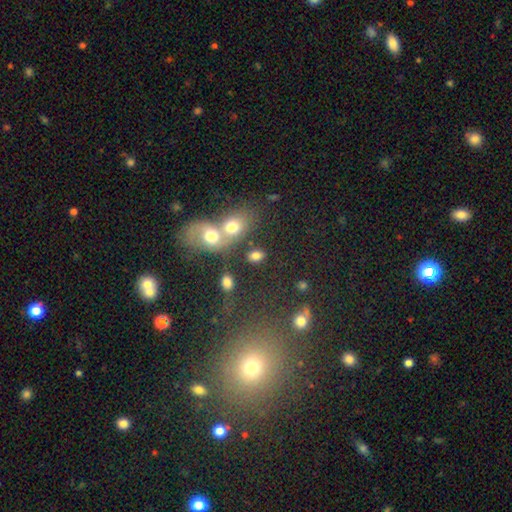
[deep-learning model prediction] Morphology: type=smooth (74%); roundness=in between (70%); merging=none (53%).